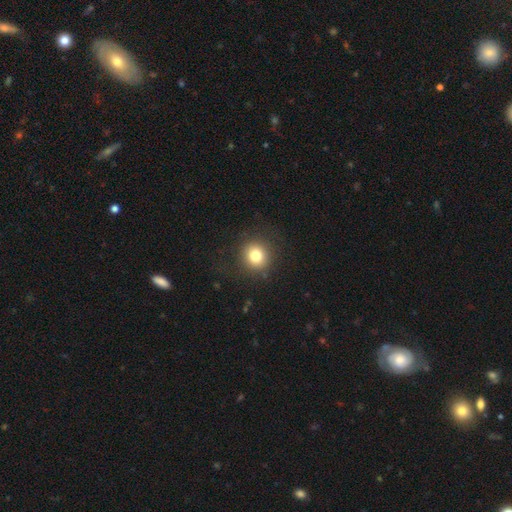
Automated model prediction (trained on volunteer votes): smooth_or_featured: smooth (p=0.79) [alt: star or artifact p=0.12]
how_rounded: round (p=0.91) [alt: in between p=0.08]
merging: none (p=0.87) [alt: minor disturbance p=0.08]